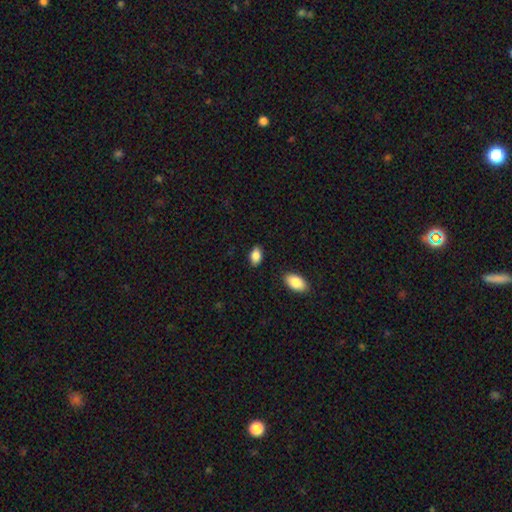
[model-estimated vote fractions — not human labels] A smooth galaxy with no disk features (87%) that is in between round and cigar-shaped (91%). Merging: none (85%).